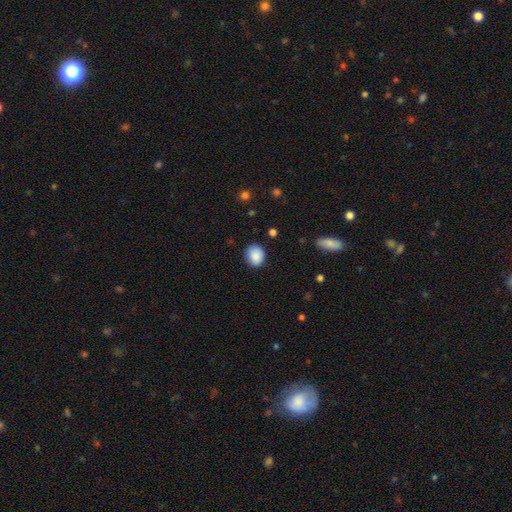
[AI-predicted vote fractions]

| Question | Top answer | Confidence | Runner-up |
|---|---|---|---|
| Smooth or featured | smooth | 88% | star or artifact (8%) |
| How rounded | round | 63% | in between (36%) |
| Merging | none | 82% | minor disturbance (14%) |